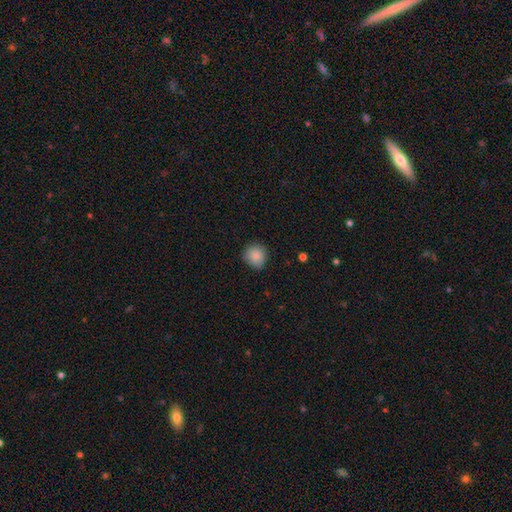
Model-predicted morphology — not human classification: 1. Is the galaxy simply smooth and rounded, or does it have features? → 87% smooth, 9% star or artifact, 4% featured or disk.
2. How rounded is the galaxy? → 89% round, 10% in between, 1% cigar-shaped.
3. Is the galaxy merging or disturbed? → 82% none, 15% minor disturbance, 2% major disturbance, 1% merger.